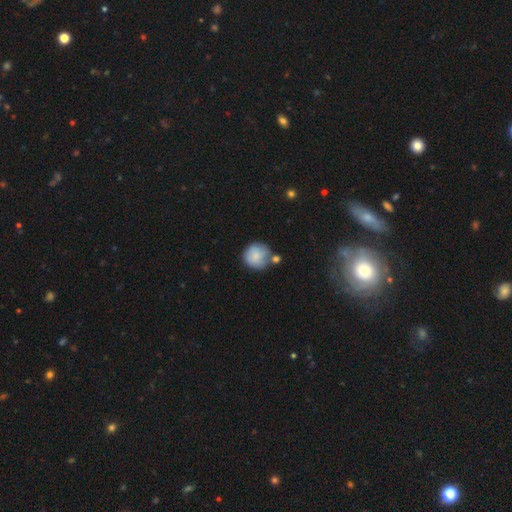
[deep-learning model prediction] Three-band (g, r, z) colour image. It shows a smooth galaxy with no disk features (82%) that is round (91%). Merging: none (56%).